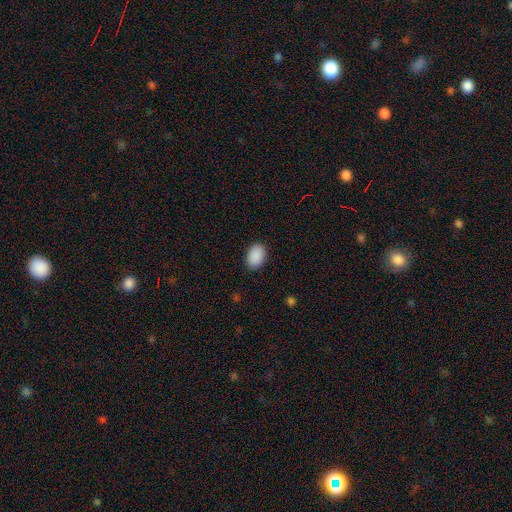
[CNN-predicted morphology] Overall: smooth (91%). How rounded: in between (84%). Merging: none (89%).